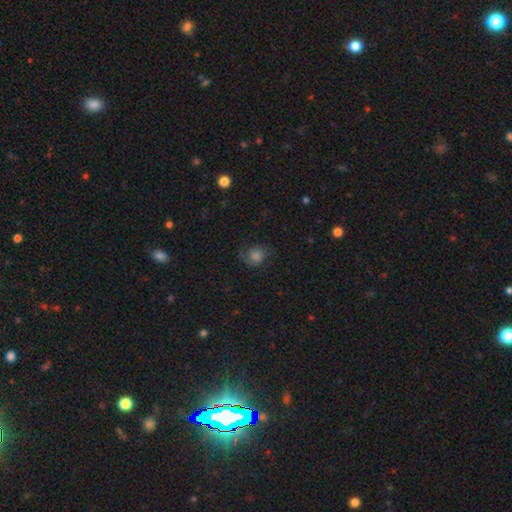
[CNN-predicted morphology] This is marginally a featured or disk galaxy (43%). Merging: likely none (63%).